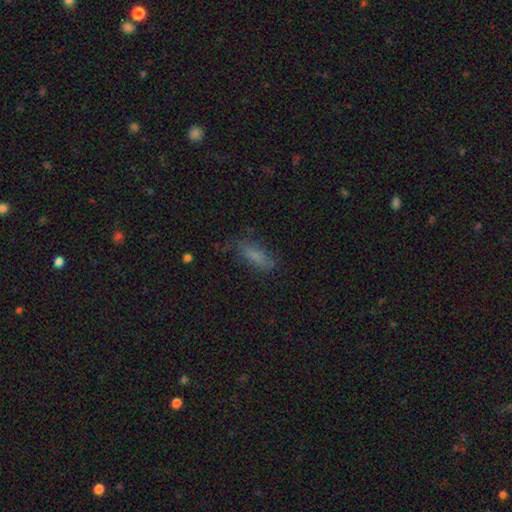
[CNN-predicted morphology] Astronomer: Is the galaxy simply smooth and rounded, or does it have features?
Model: smooth — 76%.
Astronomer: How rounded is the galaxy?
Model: in between — 61% (runner-up: cigar-shaped, 36%).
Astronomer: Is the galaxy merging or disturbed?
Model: none — 69%.